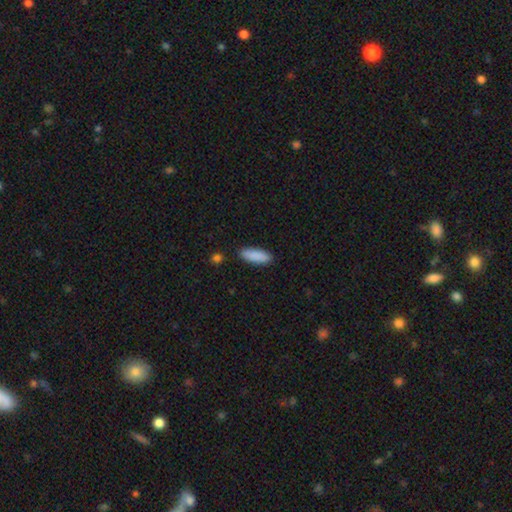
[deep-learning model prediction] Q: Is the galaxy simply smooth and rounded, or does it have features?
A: smooth — 89%.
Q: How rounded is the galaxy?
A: in between — 60%.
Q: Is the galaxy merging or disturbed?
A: none — 88%.